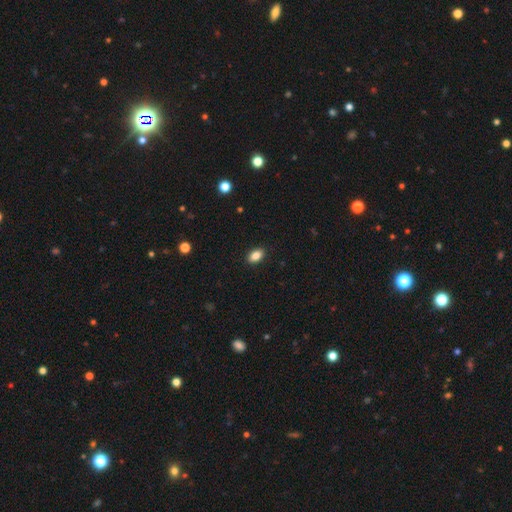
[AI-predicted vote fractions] The model was most divided on "how rounded": in between: 88%, round: 10%, cigar-shaped: 2%. More confident: merging — none (90%); smooth or featured — smooth (87%).